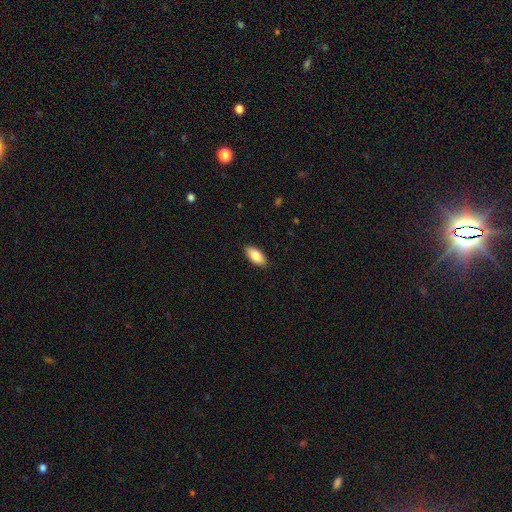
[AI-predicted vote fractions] smooth 84%, featured or disk 10%, star or artifact 6%. Down the decision tree: how rounded — in between (90%); merging — none (89%).